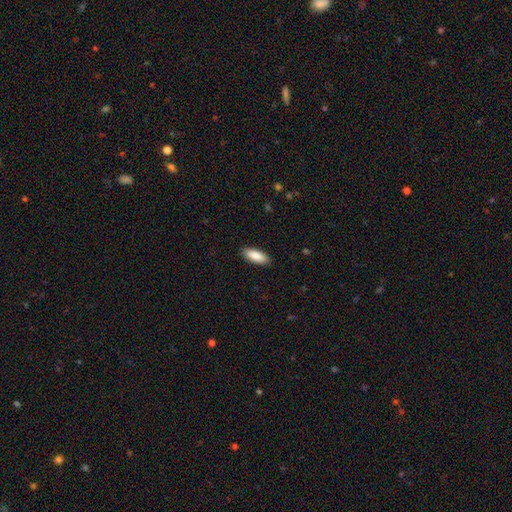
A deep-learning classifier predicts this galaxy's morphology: Overall: smooth (87%). How rounded: in between (74%). Merging: none (90%).